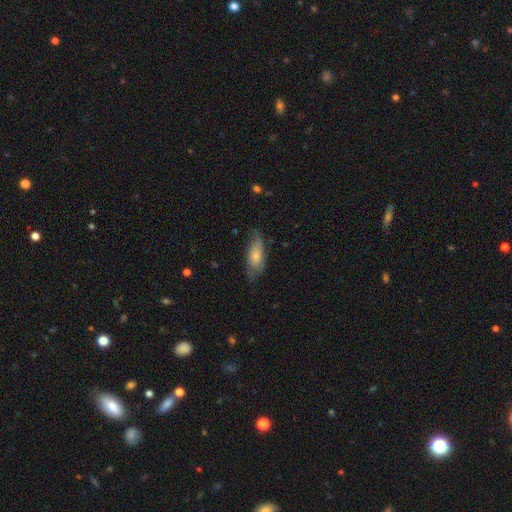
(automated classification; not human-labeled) smooth-or-featured: smooth: 51% | featured or disk: 41% | star or artifact: 8%
  how-rounded: in between: 69% | cigar-shaped: 28% | round: 3%
  merging: none: 67% | minor disturbance: 25% | major disturbance: 7% | merger: 1%